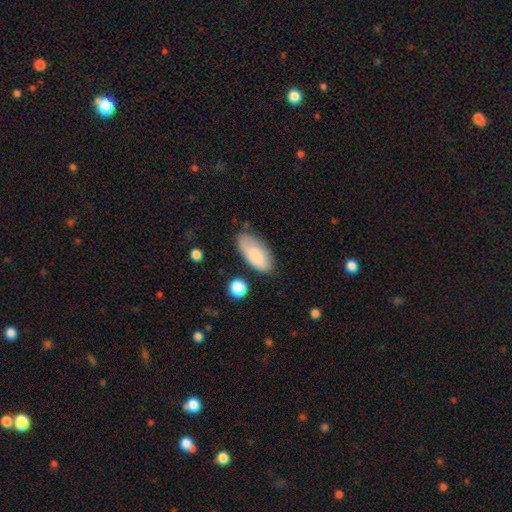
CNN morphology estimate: This appears to be a smooth galaxy with no disk features (81%) that is in between round and cigar-shaped (90%). Merging: none (71%).